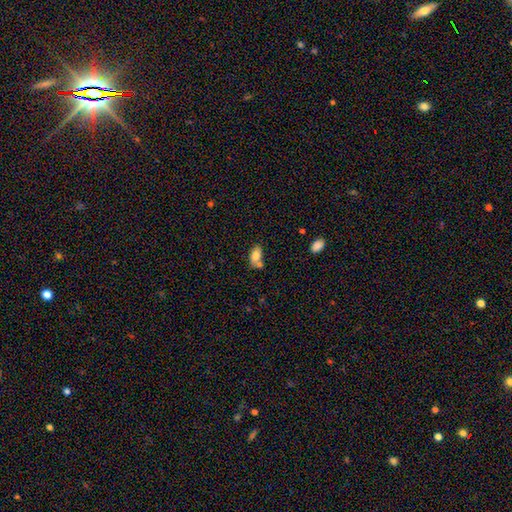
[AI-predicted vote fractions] A smooth galaxy with no disk features (79%) that is in between round and cigar-shaped (90%). Merging: none (41%).